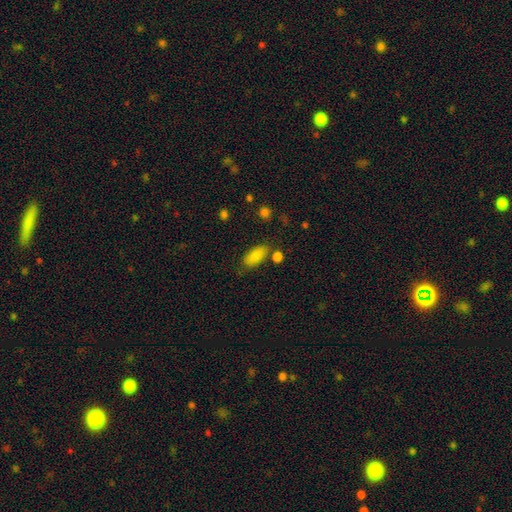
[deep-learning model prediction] A smooth galaxy with no disk features (86%) that is in between round and cigar-shaped (89%). Merging: none (72%).